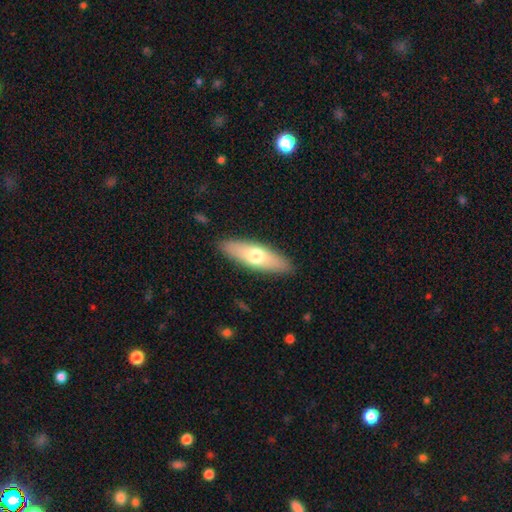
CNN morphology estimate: Overall: smooth (62%; featured or disk 33%). How rounded: cigar-shaped (50%; in between 47%). Merging: none (89%).